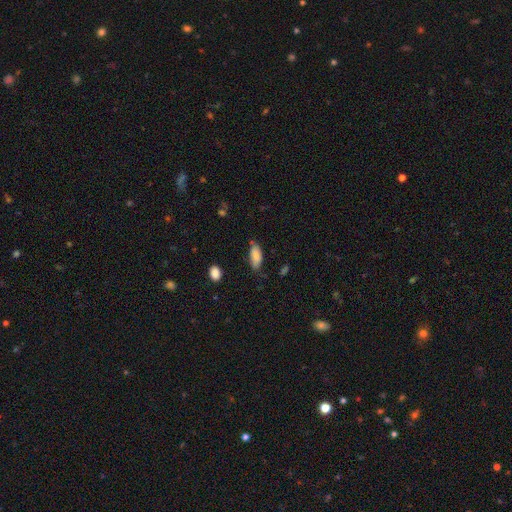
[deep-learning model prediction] The model was most divided on "merging": none: 68%, minor disturbance: 25%, major disturbance: 5%, merger: 2%. More confident: smooth or featured — smooth (85%); how rounded — in between (82%).